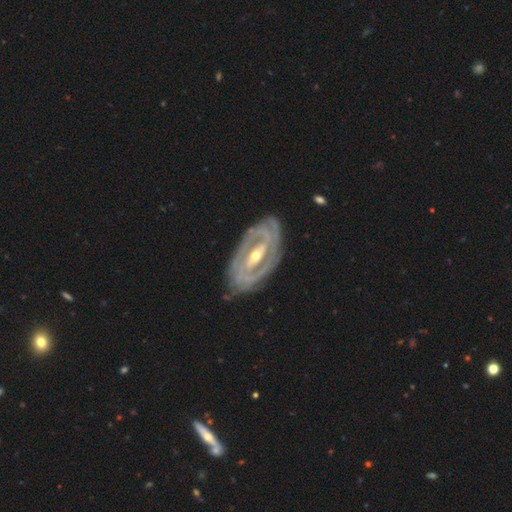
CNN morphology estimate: This appears to be a featured or disk galaxy (88%) with a strong bar (43%), 2 (61%) tight (73%) spiral arms (91%) and a moderate central bulge (54%). Merging: none (79%).